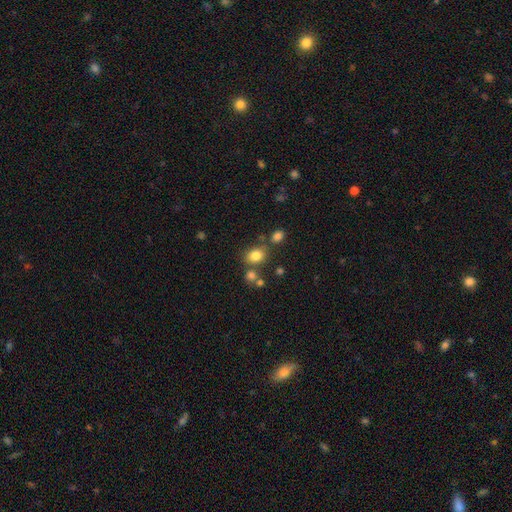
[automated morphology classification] Overall: smooth (80%). How rounded: in between (54%; round 45%). Merging: none (66%).